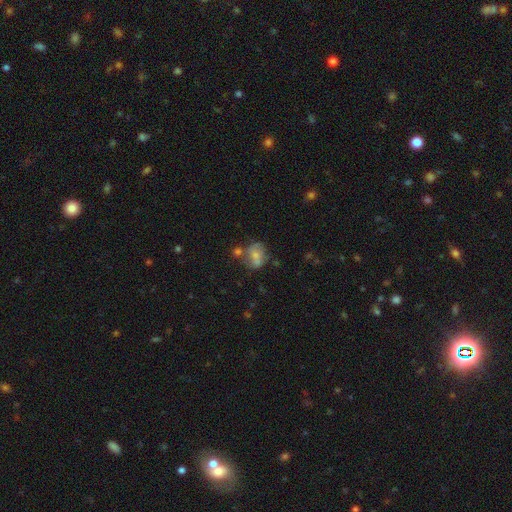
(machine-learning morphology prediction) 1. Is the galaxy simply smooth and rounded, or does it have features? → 60% smooth, 29% featured or disk, 11% star or artifact.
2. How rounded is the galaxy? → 56% in between, 42% round, 2% cigar-shaped.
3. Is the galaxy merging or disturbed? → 39% none, 28% merger, 20% minor disturbance, 12% major disturbance.